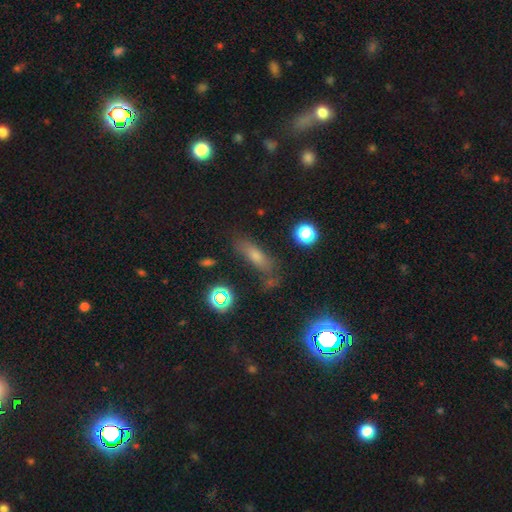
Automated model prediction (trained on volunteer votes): smooth-or-featured: smooth: 59% | star or artifact: 22% | featured or disk: 19%
  how-rounded: cigar-shaped: 52% | in between: 41% | round: 7%
  merging: none: 68% | minor disturbance: 17% | major disturbance: 7% | merger: 7%